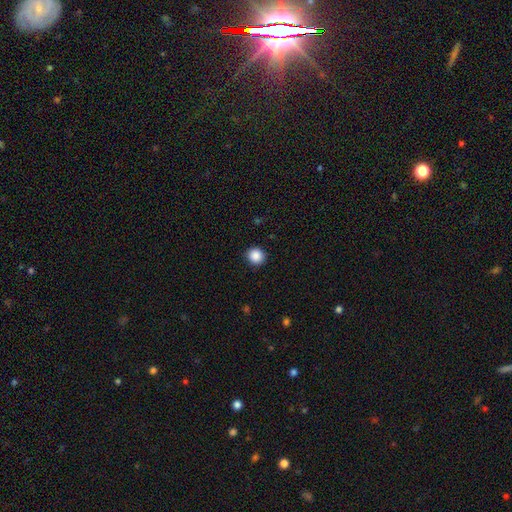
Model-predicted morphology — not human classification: Smooth or featured: smooth — 88% (star or artifact — 9%)
How rounded: round — 89% (in between — 10%)
Merging: none — 91% (minor disturbance — 6%)